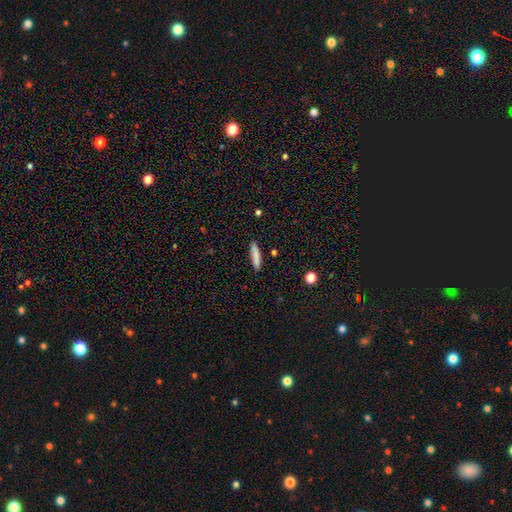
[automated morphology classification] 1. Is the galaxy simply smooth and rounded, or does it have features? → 84% smooth, 9% featured or disk, 7% star or artifact.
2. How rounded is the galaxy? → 85% cigar-shaped, 13% in between, 1% round.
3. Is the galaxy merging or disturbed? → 87% none, 9% minor disturbance, 2% major disturbance, 2% merger.